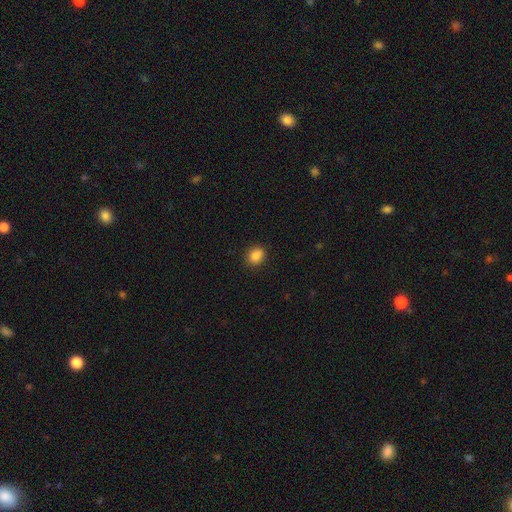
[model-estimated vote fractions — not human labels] Morphology: type=smooth (86%); roundness=round (61%); merging=none (85%).